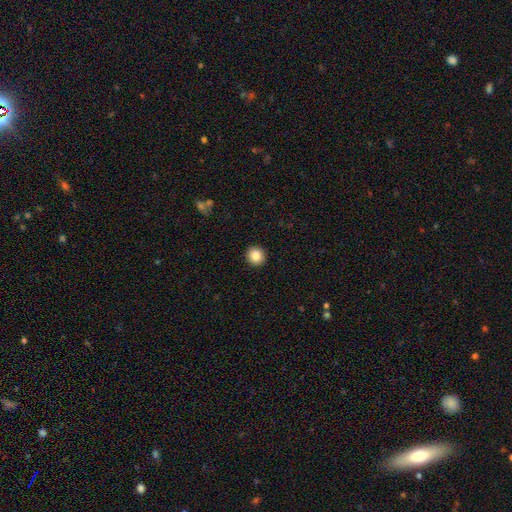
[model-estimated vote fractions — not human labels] A smooth galaxy with no disk features (84%) that is round (91%).

Vote fractions:
- Smooth or featured? smooth: 84% / star or artifact: 10% / featured or disk: 6%
- How rounded? round: 91% / in between: 8% / cigar-shaped: 1%
- Merging? none: 93% / minor disturbance: 4% / major disturbance: 1% / merger: 1%